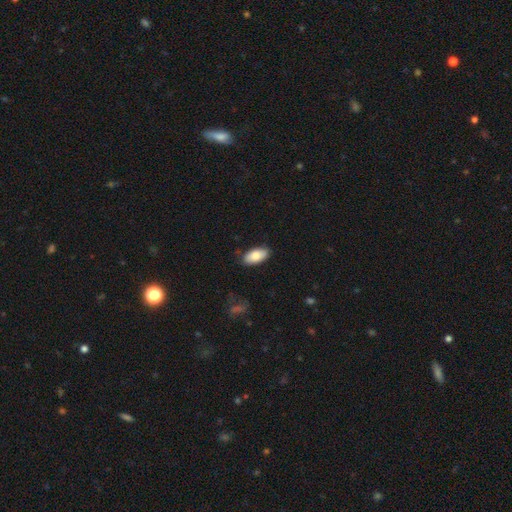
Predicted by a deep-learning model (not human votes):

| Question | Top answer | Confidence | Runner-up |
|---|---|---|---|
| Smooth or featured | smooth | 84% | featured or disk (10%) |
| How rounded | in between | 93% | cigar-shaped (4%) |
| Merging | none | 84% | minor disturbance (12%) |